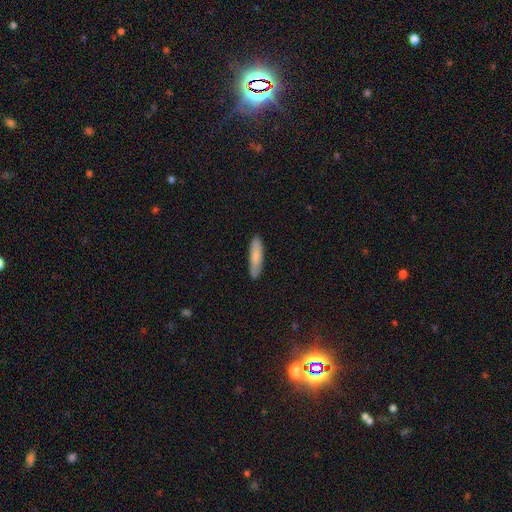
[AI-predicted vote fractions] Smooth or featured?
  - smooth: 81% *
  - featured or disk: 13%
  - star or artifact: 6%
How rounded?
  - cigar-shaped: 76% *
  - in between: 22%
  - round: 1%
Merging?
  - none: 88% *
  - minor disturbance: 9%
  - major disturbance: 2%
  - merger: 1%